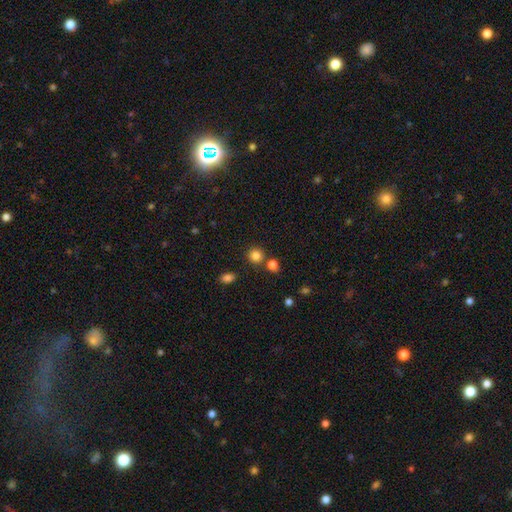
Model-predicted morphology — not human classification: smooth-or-featured: smooth: 83% | star or artifact: 13% | featured or disk: 4%
  how-rounded: round: 90% | in between: 9% | cigar-shaped: 1%
  merging: none: 77% | merger: 12% | minor disturbance: 7% | major disturbance: 3%